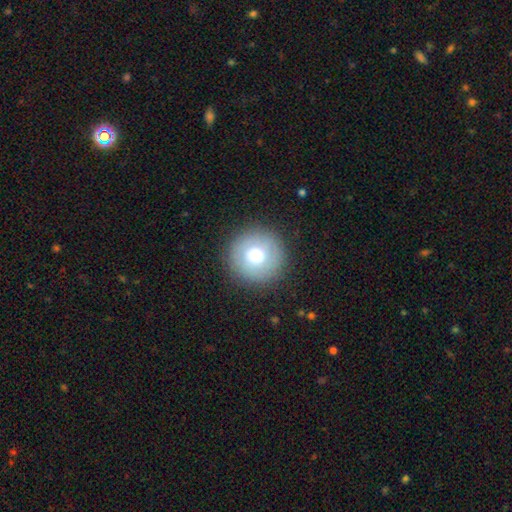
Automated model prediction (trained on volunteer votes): smooth-or-featured: smooth: 70% | featured or disk: 18% | star or artifact: 12%
  how-rounded: round: 97% | in between: 2% | cigar-shaped: 1%
  merging: none: 90% | minor disturbance: 6% | major disturbance: 3% | merger: 1%